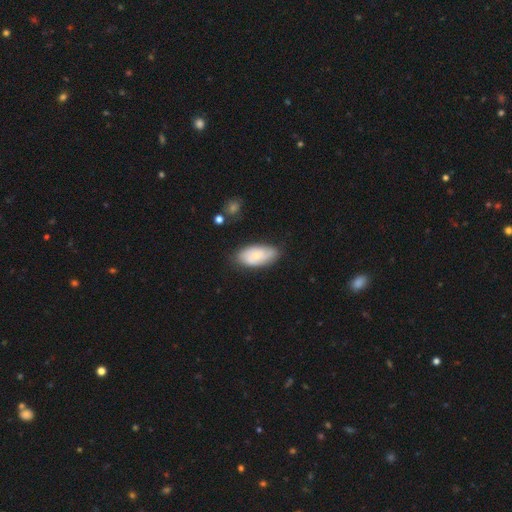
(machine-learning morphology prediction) type=smooth (54%); roundness=in between (93%); merging=none (74%).